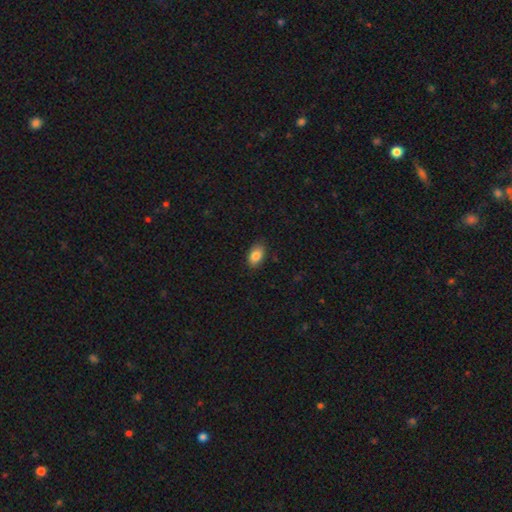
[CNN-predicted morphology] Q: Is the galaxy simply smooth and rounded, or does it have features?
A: smooth — 86%.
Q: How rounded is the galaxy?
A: in between — 92%.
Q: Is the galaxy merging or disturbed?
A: none — 85%.